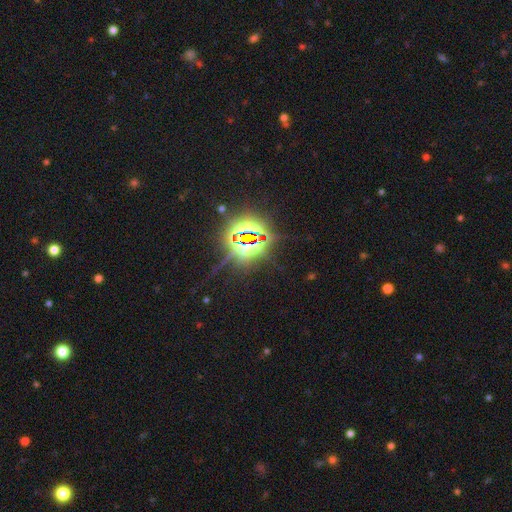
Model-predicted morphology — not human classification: This is clearly a star or artifact rather than a galaxy (82%).